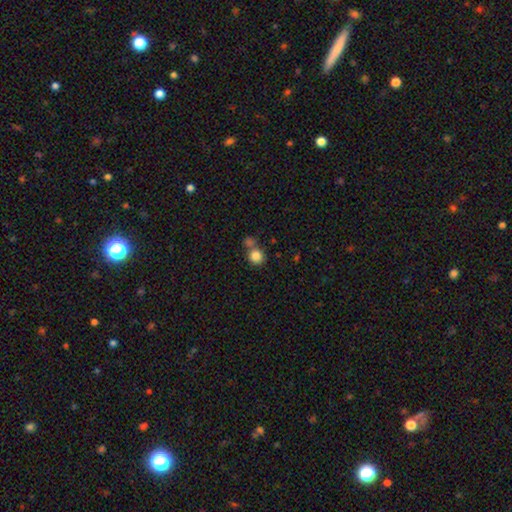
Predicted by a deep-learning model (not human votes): This is clearly a smooth galaxy (84%). How rounded: clearly round (88%). Merging: possibly none (55%).